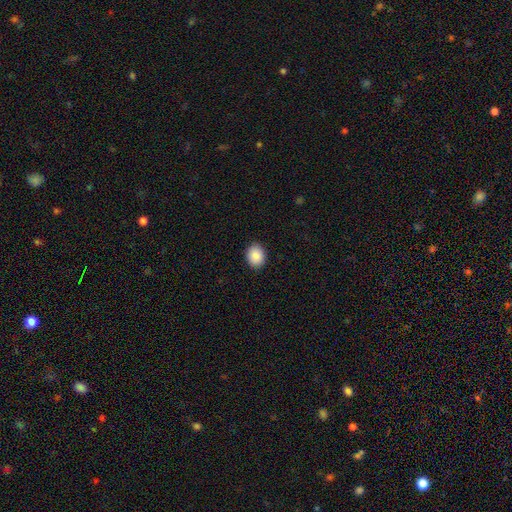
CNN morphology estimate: Overall: smooth (88%). How rounded: round (50%; in between 49%). Merging: none (91%).